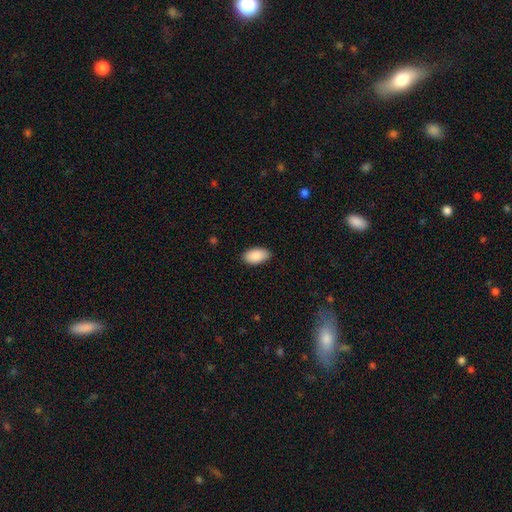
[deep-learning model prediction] Smooth or featured?
  - smooth: 90% *
  - star or artifact: 6%
  - featured or disk: 4%
How rounded?
  - in between: 96% *
  - round: 3%
  - cigar-shaped: 2%
Merging?
  - none: 87% *
  - minor disturbance: 10%
  - major disturbance: 2%
  - merger: 1%